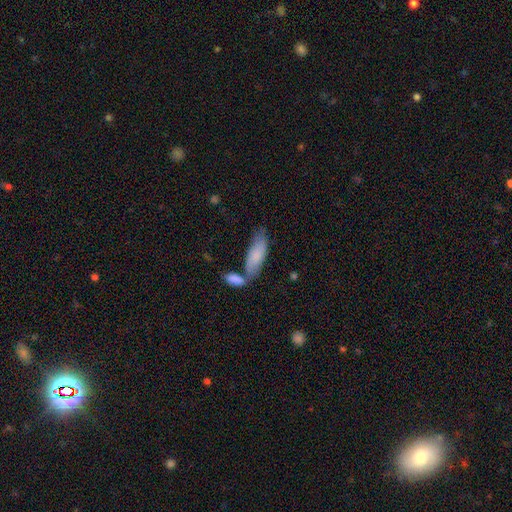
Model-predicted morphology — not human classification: A smooth galaxy with no disk features (78%) that is in between round and cigar-shaped (67%). Merging: none (49%).